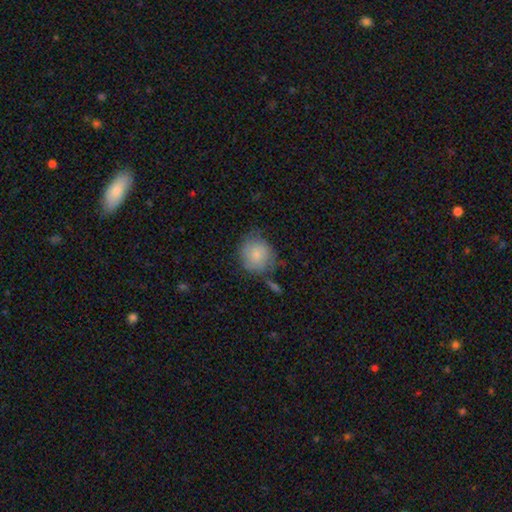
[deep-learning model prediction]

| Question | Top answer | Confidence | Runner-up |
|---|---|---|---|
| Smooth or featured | smooth | 73% | featured or disk (20%) |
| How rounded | round | 82% | in between (17%) |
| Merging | none | 59% | minor disturbance (27%) |